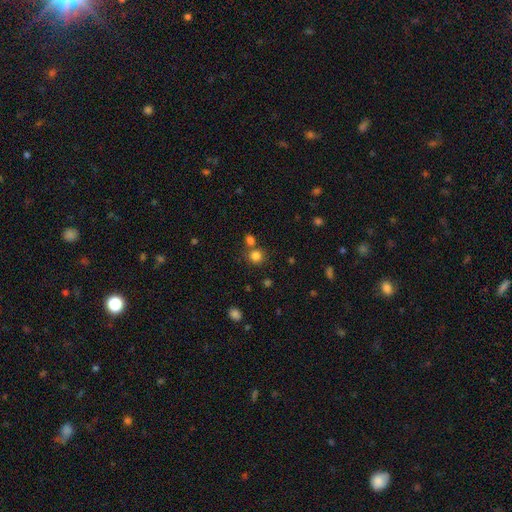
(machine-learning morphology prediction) Overall: smooth (81%). How rounded: round (88%). Merging: none (69%).